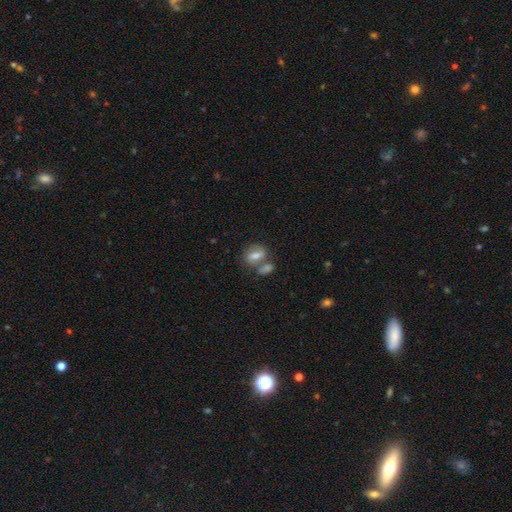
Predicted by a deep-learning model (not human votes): Smooth or featured?
  - smooth: 65% *
  - featured or disk: 26%
  - star or artifact: 9%
How rounded?
  - in between: 70% *
  - round: 26%
  - cigar-shaped: 4%
Merging?
  - merger: 41% * (tied)
  - none: 41% * (tied)
  - minor disturbance: 12%
  - major disturbance: 6%